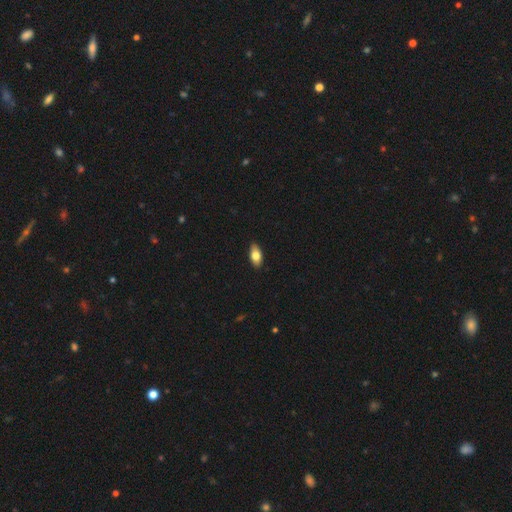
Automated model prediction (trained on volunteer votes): Morphology: type=smooth (77%); roundness=in between (89%); merging=none (88%).